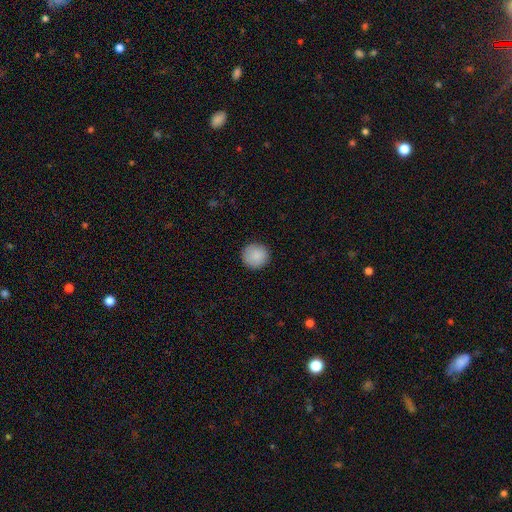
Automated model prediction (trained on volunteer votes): Smooth or featured? smooth (89%)
How rounded? round (95%)
Merging? none (92%)